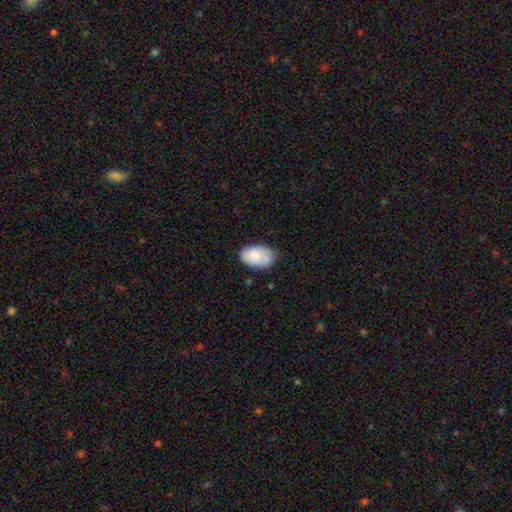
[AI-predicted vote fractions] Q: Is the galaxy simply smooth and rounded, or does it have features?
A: smooth — 78%.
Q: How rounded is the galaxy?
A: in between — 92%.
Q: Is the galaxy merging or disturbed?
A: none — 74%.